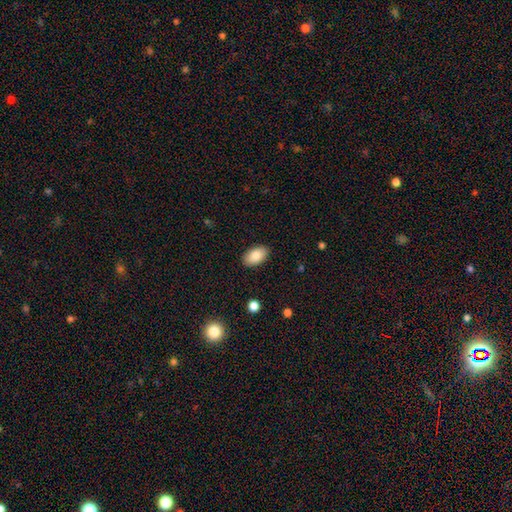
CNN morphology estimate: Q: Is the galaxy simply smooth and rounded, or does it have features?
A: smooth — 86%.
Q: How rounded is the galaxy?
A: in between — 94%.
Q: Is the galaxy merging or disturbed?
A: none — 89%.